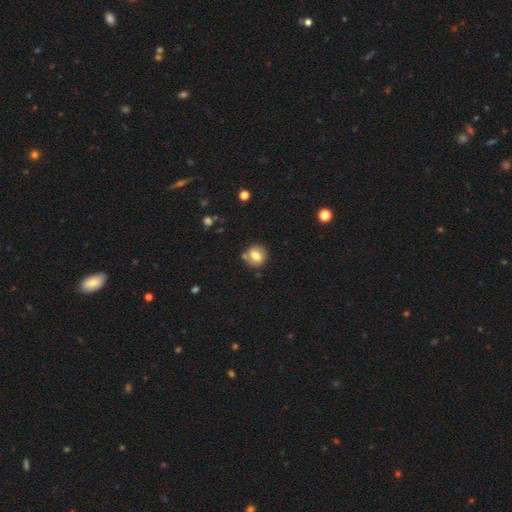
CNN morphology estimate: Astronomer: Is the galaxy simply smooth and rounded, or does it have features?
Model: smooth — 68%.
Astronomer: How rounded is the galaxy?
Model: round — 76%.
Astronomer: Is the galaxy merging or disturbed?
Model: none — 74%.